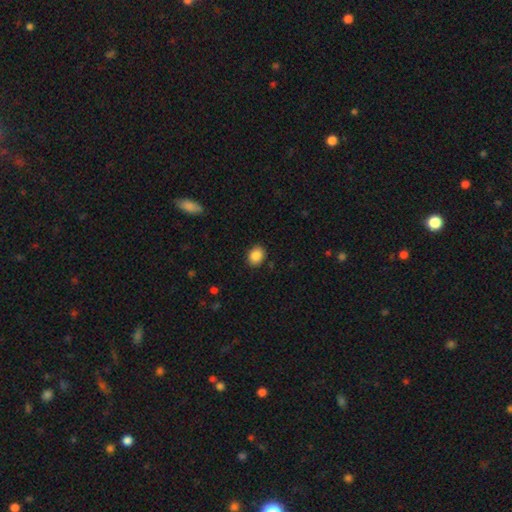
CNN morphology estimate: This appears to be a smooth galaxy with no disk features (87%) that is in between round and cigar-shaped (53%). Merging: none (89%).